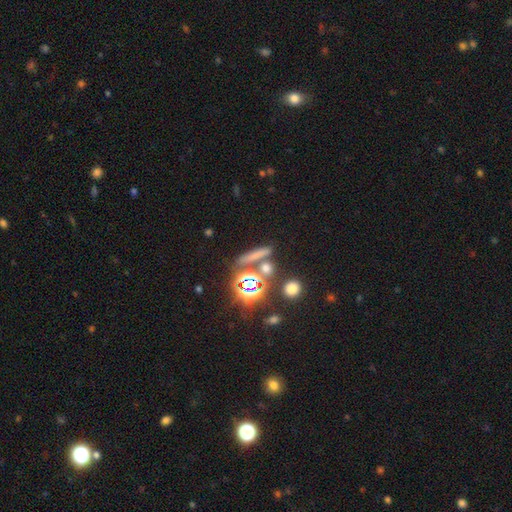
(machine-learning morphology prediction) Smooth or featured: smooth — 56% (star or artifact — 29%)
How rounded: cigar-shaped — 56% (round — 28%)
Merging: none — 73% (merger — 14%)